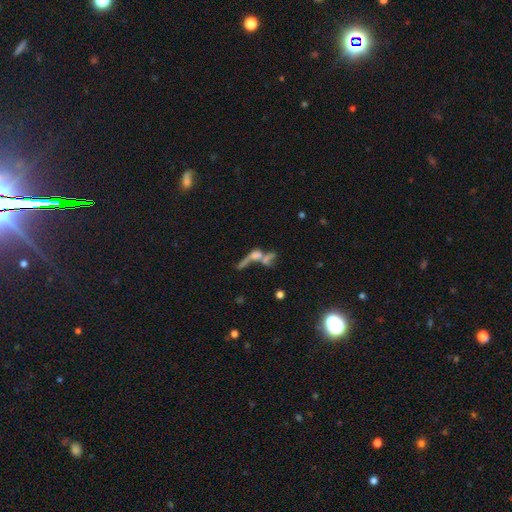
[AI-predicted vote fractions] smooth_or_featured: featured or disk (p=0.46) [alt: smooth p=0.37]
merging: merger (p=0.55) [alt: none p=0.22]